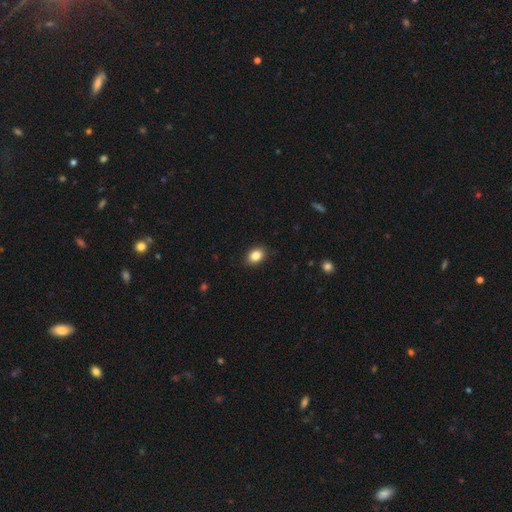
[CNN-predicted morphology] Smooth or featured?
  - smooth: 85% *
  - star or artifact: 9%
  - featured or disk: 6%
How rounded?
  - in between: 70% *
  - round: 29%
  - cigar-shaped: 1%
Merging?
  - none: 88% *
  - minor disturbance: 9%
  - major disturbance: 2%
  - merger: 1%